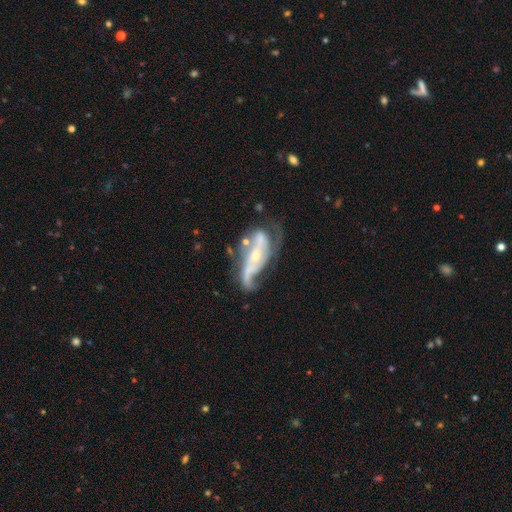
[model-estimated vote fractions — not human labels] This appears to be a featured or disk galaxy (83%) with no bar (44%), 2 (64%) loose (39%) spiral arms (89%) and a small central bulge (60%). Merging: none (42%).